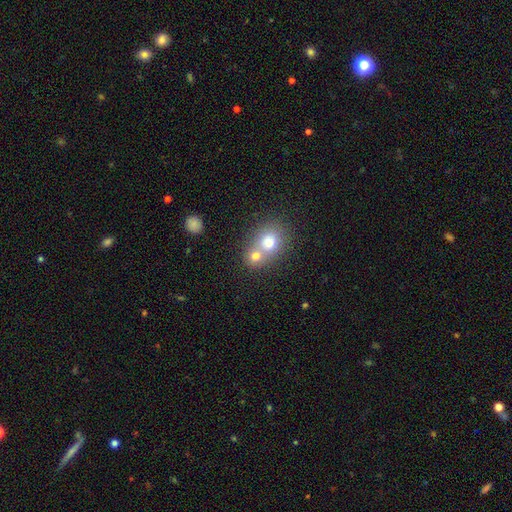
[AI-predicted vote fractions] A smooth galaxy with no disk features (73%) that is round (71%). Merging: merger (59%).